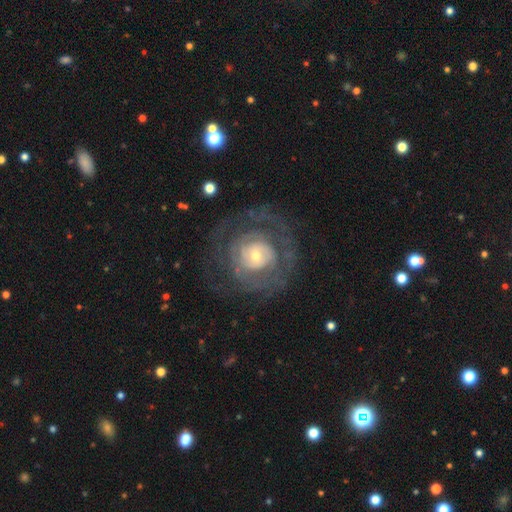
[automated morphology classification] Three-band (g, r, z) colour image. It shows a featured or disk galaxy (74%) with no bar (79%), tight (67%) spiral arms (71%) and a small central bulge (56%). Merging: none (68%).